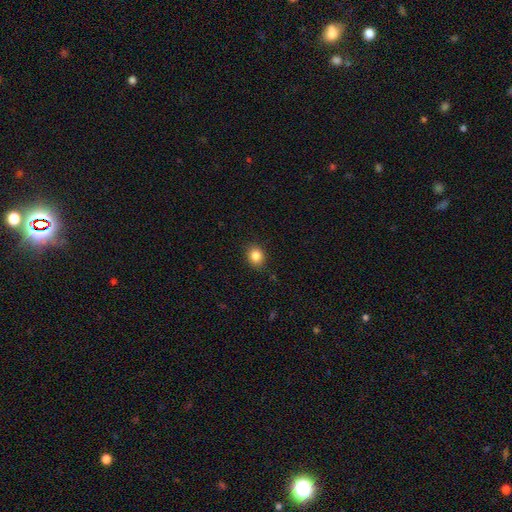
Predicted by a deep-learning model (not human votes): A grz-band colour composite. It shows a smooth galaxy with no disk features (85%) that is round (62%). Merging: none (87%).